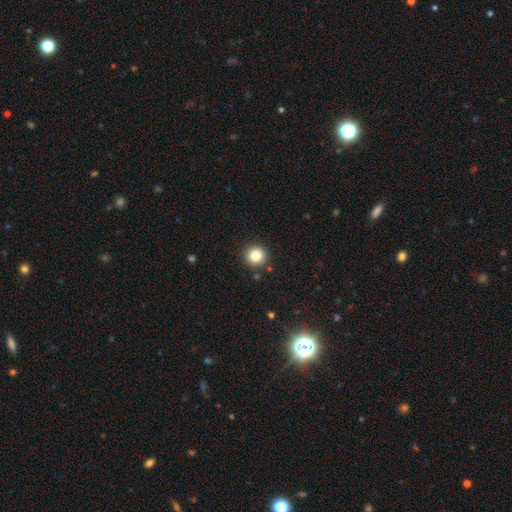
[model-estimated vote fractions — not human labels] smooth_or_featured: smooth (p=0.84) [alt: star or artifact p=0.11]
how_rounded: round (p=0.94) [alt: in between p=0.05]
merging: none (p=0.90) [alt: minor disturbance p=0.06]